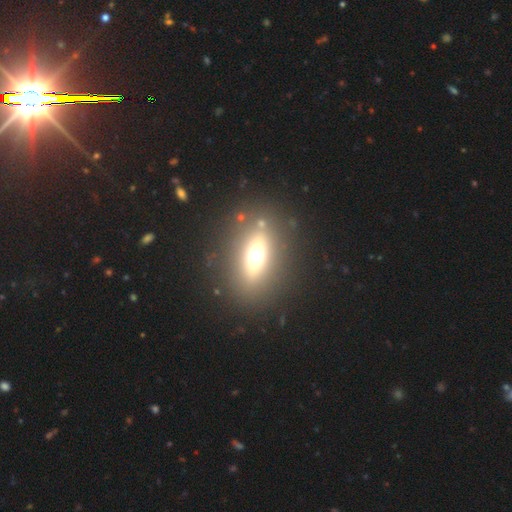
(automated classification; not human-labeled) Q: Smooth or featured?
A: smooth (51%); runner-up: featured or disk (35%)
Q: How rounded?
A: in between (67%); runner-up: cigar-shaped (18%)
Q: Merging?
A: none (83%); runner-up: minor disturbance (9%)